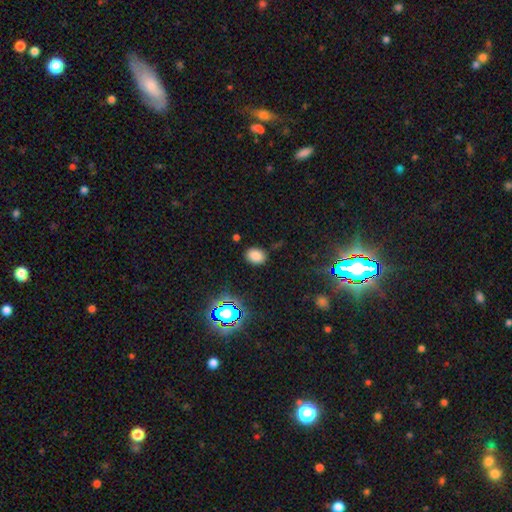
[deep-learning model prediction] Smooth or featured? smooth (78%)
How rounded? in between (72%)
Merging? none (83%)